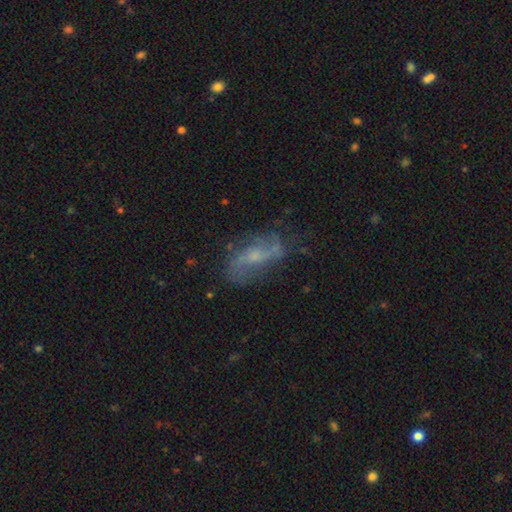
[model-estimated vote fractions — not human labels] Q: Smooth or featured?
A: featured or disk (67%); runner-up: smooth (22%)
Q: Edge-on disk?
A: no (90%); runner-up: yes (10%)
Q: Bar?
A: no (49%); runner-up: weak (38%)
Q: Spiral arms?
A: yes (79%); runner-up: no (21%)
Q: Bulge size?
A: small (56%); runner-up: moderate (27%)
Q: Merging?
A: none (61%); runner-up: minor disturbance (22%)